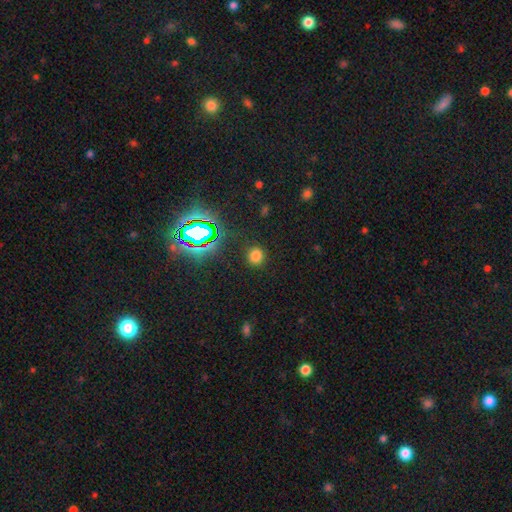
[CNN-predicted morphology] smooth_or_featured: smooth (p=0.70) [alt: star or artifact p=0.24]
how_rounded: round (p=0.84) [alt: in between p=0.15]
merging: none (p=0.88) [alt: minor disturbance p=0.07]